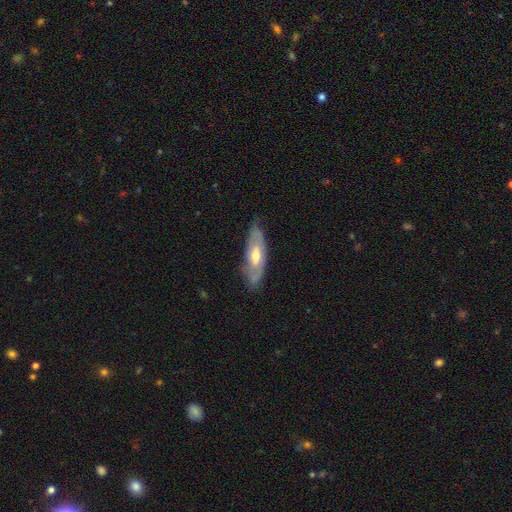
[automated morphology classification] This appears to be a featured or disk galaxy (62%). Merging: none (71%).